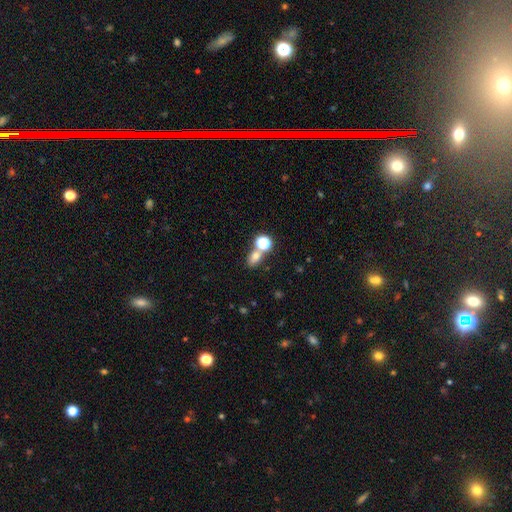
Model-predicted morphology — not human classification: Smooth or featured? smooth (68%)
How rounded? in between (62%)
Merging? none (57%)